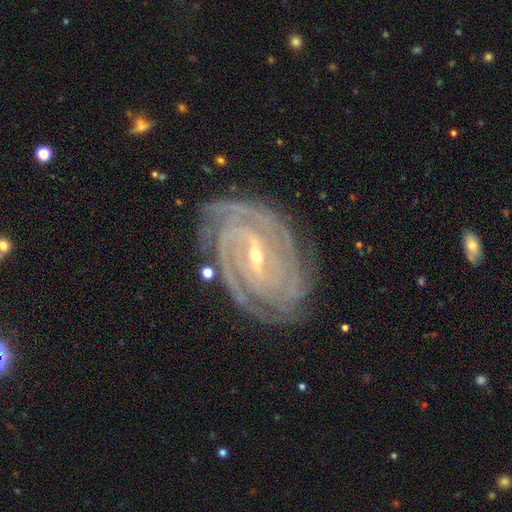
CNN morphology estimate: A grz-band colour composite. It shows a featured or disk galaxy (91%) with a weak bar (41%), 4 (29%) tight (84%) spiral arms (99%) and a small central bulge (71%). Merging: none (82%).